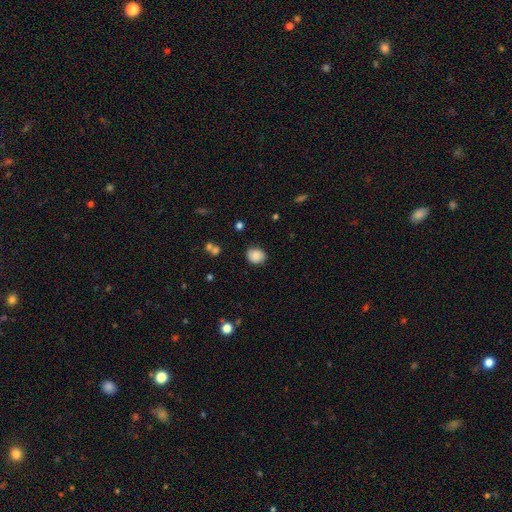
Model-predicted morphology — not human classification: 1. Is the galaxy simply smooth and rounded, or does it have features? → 86% smooth, 9% star or artifact, 6% featured or disk.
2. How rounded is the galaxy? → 69% round, 30% in between, 1% cigar-shaped.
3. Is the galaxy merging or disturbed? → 81% none, 14% minor disturbance, 3% major disturbance, 2% merger.